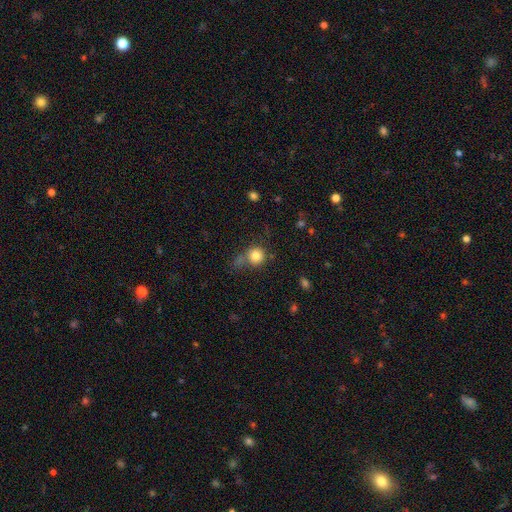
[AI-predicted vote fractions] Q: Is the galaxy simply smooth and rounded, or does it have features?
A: smooth — 82%.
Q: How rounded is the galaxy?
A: round — 90%.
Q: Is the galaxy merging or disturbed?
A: none — 60%.